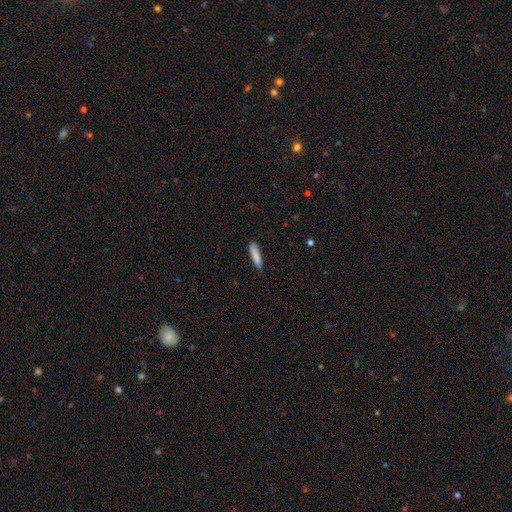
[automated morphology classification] A smooth galaxy with no disk features (85%) that is cigar-shaped (83%). Merging: none (84%).